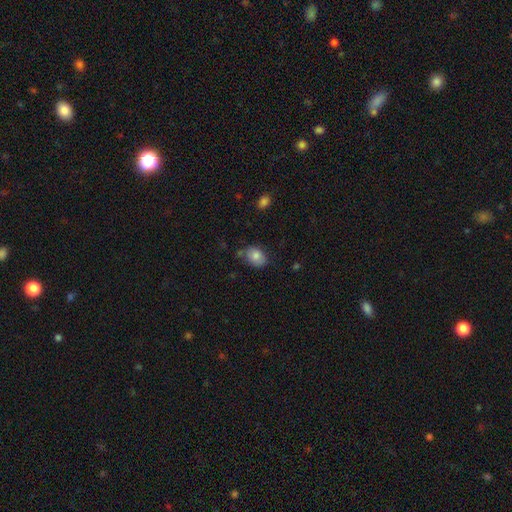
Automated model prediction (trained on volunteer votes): Smooth or featured?
  - smooth: 82% *
  - featured or disk: 10%
  - star or artifact: 8%
How rounded?
  - in between: 65% *
  - round: 34%
  - cigar-shaped: 1%
Merging?
  - none: 66% *
  - minor disturbance: 24%
  - major disturbance: 5%
  - merger: 5%